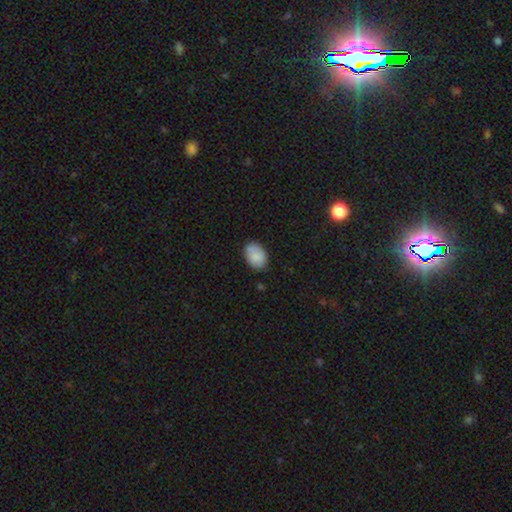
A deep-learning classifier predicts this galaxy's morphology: A smooth galaxy with no disk features (84%) that is in between round and cigar-shaped (80%).

Vote fractions:
- Smooth or featured? smooth: 84% / featured or disk: 9% / star or artifact: 7%
- How rounded? in between: 80% / round: 19% / cigar-shaped: 1%
- Merging? none: 71% / minor disturbance: 21% / major disturbance: 4% / merger: 4%